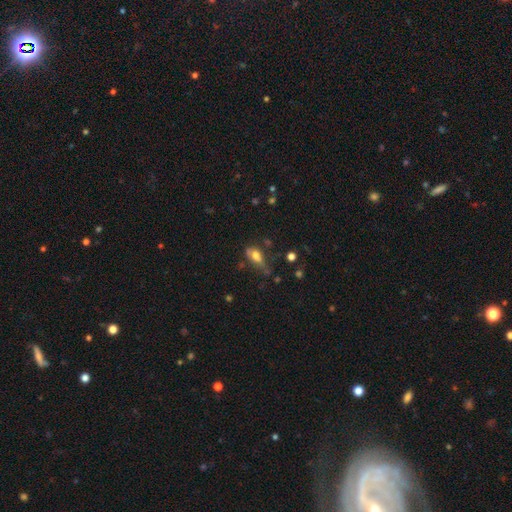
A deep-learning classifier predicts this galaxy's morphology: Smooth or featured: smooth — 67% (featured or disk — 22%)
How rounded: in between — 79% (cigar-shaped — 11%)
Merging: none — 36% (minor disturbance — 32%)